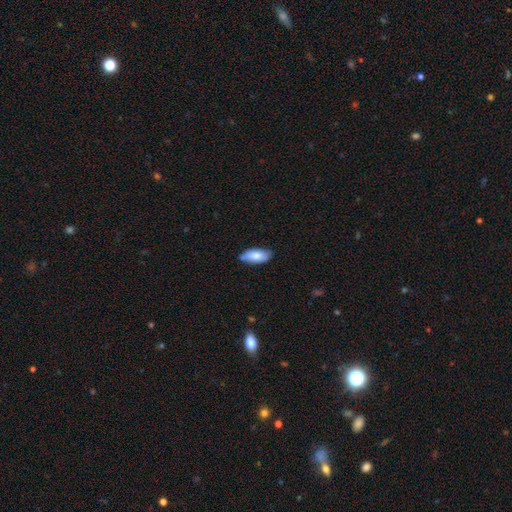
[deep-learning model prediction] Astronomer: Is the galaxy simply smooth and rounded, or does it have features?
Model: smooth — 78%.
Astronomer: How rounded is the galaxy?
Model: in between — 88%.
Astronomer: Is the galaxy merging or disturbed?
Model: none — 73%.